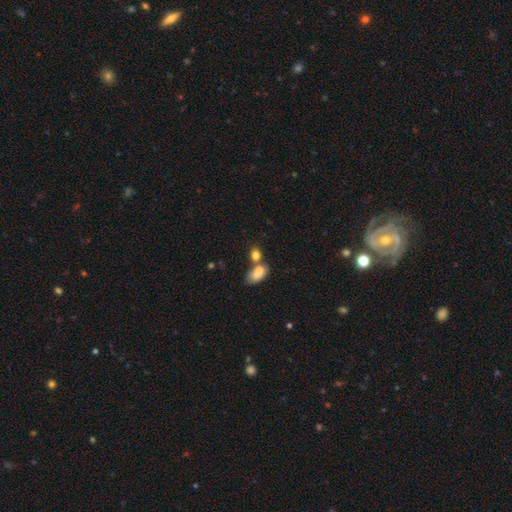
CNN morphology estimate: This appears to be a smooth galaxy with no disk features (77%) that is in between round and cigar-shaped (66%). Merging: merger (50%).